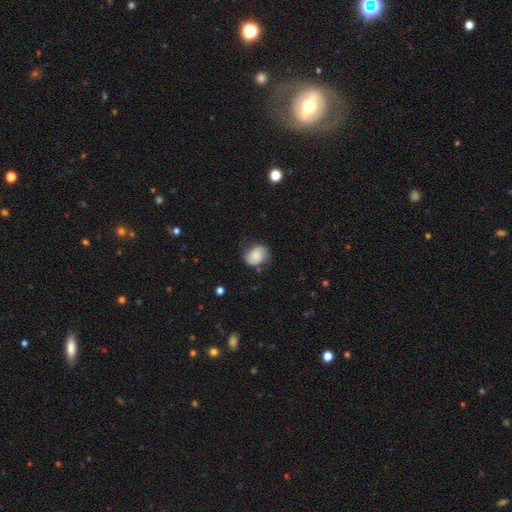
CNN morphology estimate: smooth 70%, featured or disk 22%, star or artifact 8%. Down the decision tree: how rounded — in between (56%); merging — none (66%).